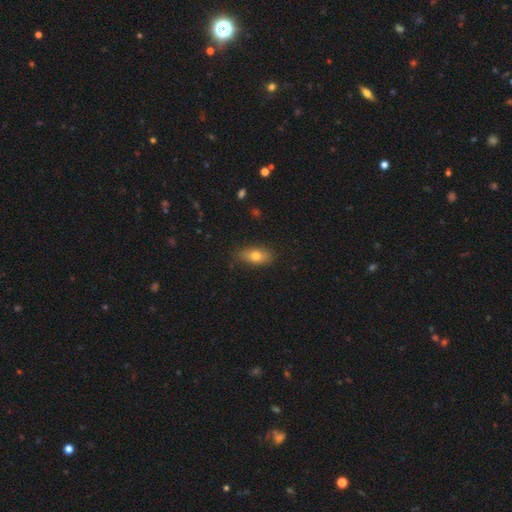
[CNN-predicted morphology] Smooth or featured? Predicted: smooth (p=0.73). How rounded? Predicted: in between (p=0.82). Merging? Predicted: none (p=0.81).